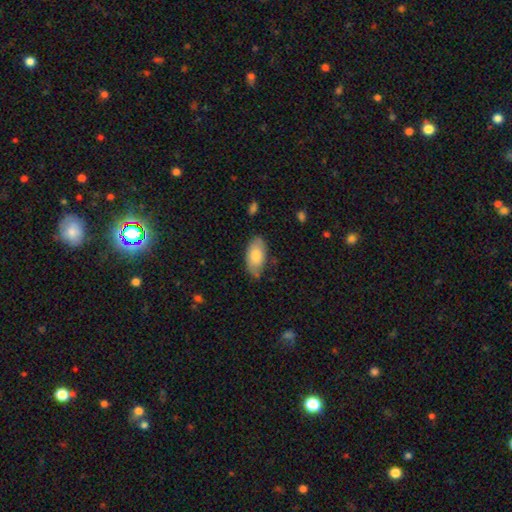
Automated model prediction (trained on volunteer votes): Smooth or featured? smooth (77%)
How rounded? in between (94%)
Merging? none (69%)